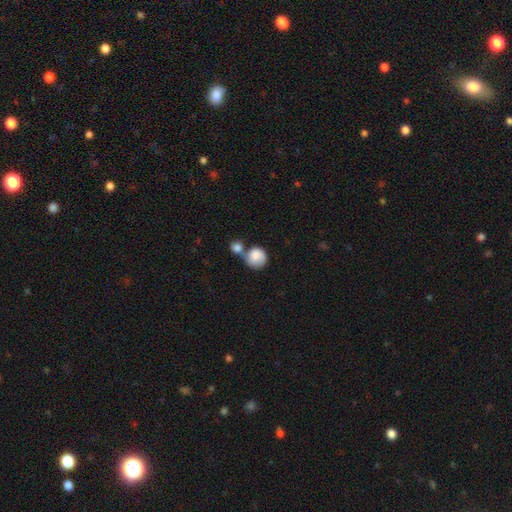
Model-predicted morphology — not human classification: The model was most divided on "merging": merger: 55%, none: 28%, minor disturbance: 11%, major disturbance: 6%. More confident: how rounded — round (86%); smooth or featured — smooth (80%).